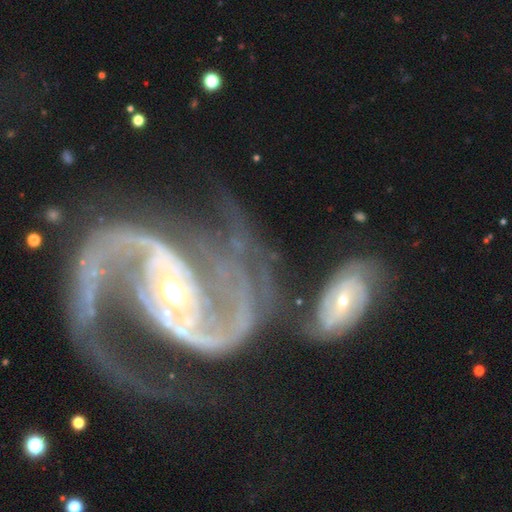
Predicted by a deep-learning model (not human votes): Smooth or featured? Predicted: featured or disk (p=0.92). Edge-on disk? Predicted: no (p=0.97). Bar? Predicted: weak (p=0.35). Spiral arms? Predicted: yes (p=0.97). Spiral winding? Predicted: medium (p=0.55). Spiral arm count? Predicted: 2 (p=0.88). Bulge size? Predicted: moderate (p=0.52). Merging? Predicted: none (p=0.44).